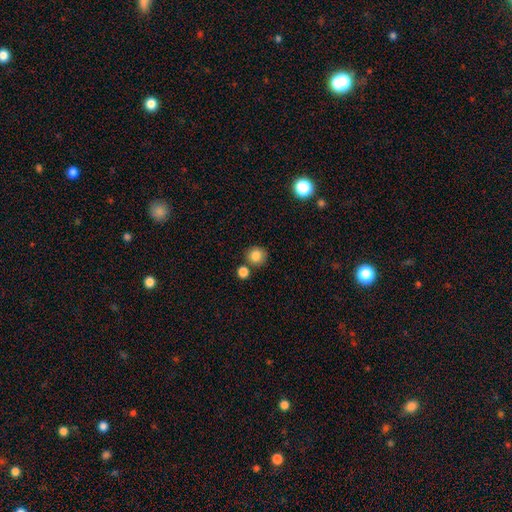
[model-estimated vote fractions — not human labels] A smooth galaxy with no disk features (84%) that is round (89%). Merging: none (75%).